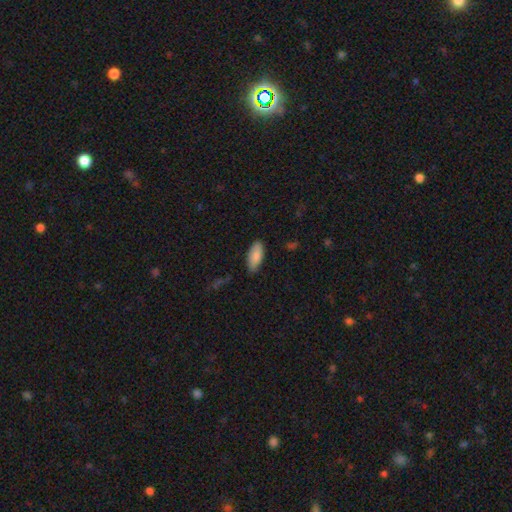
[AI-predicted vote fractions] smooth 86%, featured or disk 8%, star or artifact 6%. Down the decision tree: how rounded — in between (86%); merging — none (84%).